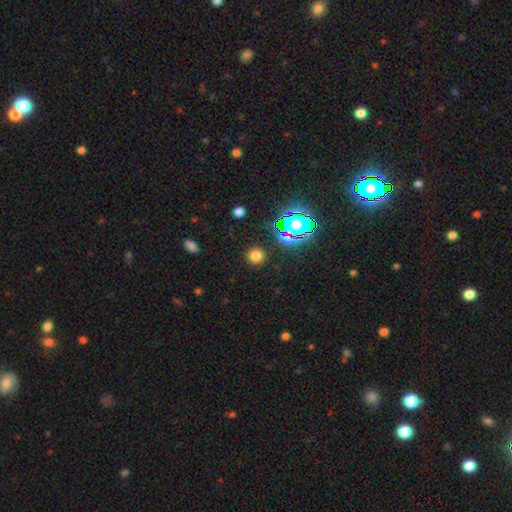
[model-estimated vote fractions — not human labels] The model was most divided on "smooth or featured": smooth: 73%, star or artifact: 21%, featured or disk: 6%. More confident: how rounded — round (93%); merging — none (90%).